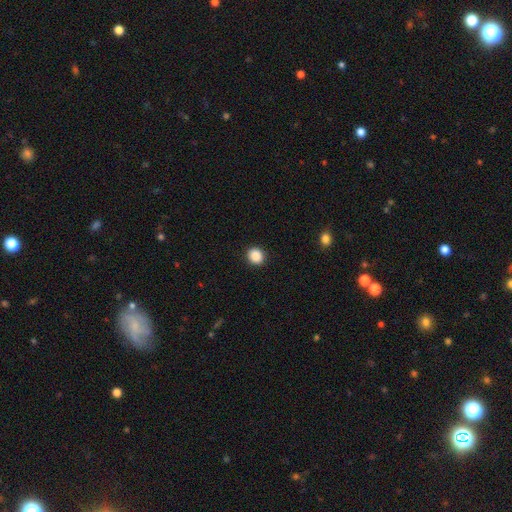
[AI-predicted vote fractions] This is clearly a smooth galaxy (89%). How rounded: likely round (79%). Merging: clearly none (91%).